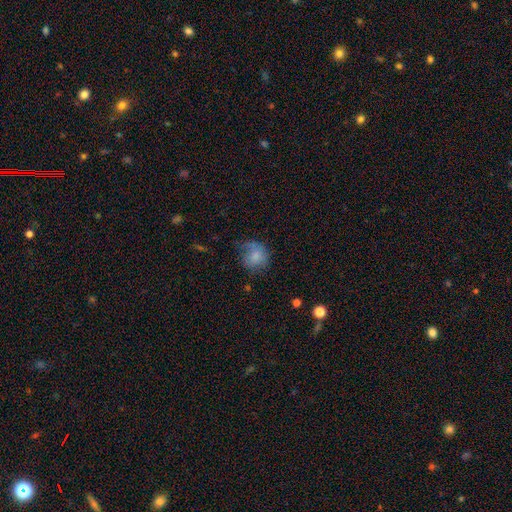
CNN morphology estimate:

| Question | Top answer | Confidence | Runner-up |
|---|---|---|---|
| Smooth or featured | smooth | 74% | featured or disk (17%) |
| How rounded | round | 77% | in between (22%) |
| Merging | none | 49% | minor disturbance (29%) |